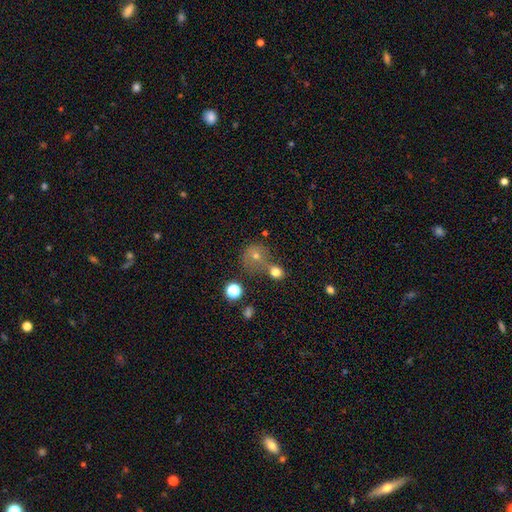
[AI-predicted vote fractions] Morphology: type=smooth (60%); roundness=round (86%); merging=none (53%).